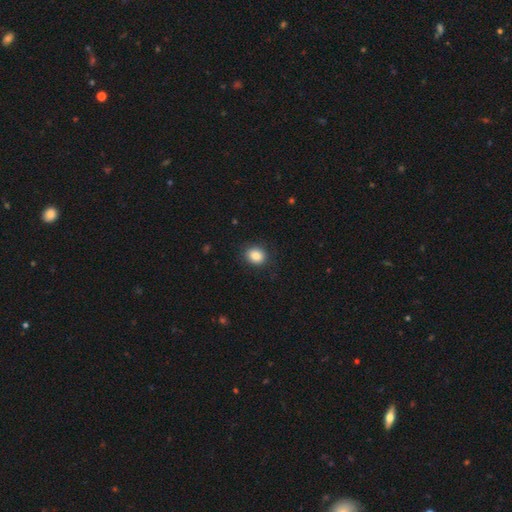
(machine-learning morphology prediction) A smooth galaxy with no disk features (85%) that is round (64%).

Vote fractions:
- Smooth or featured? smooth: 85% / star or artifact: 9% / featured or disk: 5%
- How rounded? round: 64% / in between: 36% / cigar-shaped: 1%
- Merging? none: 87% / minor disturbance: 9% / major disturbance: 3% / merger: 1%